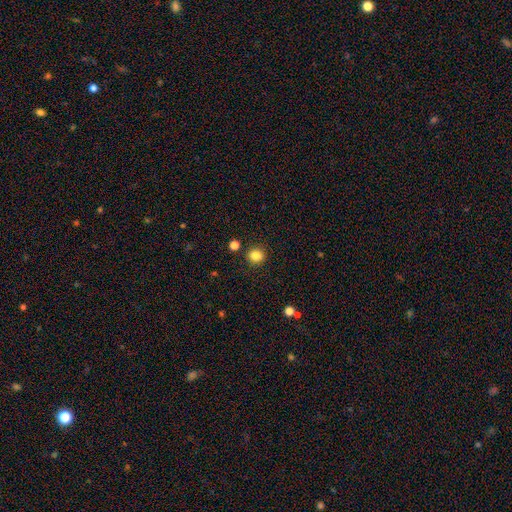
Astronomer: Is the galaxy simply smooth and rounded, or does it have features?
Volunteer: smooth — 95%.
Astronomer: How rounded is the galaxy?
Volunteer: round — 74%.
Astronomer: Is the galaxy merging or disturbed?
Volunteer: none — 91%.